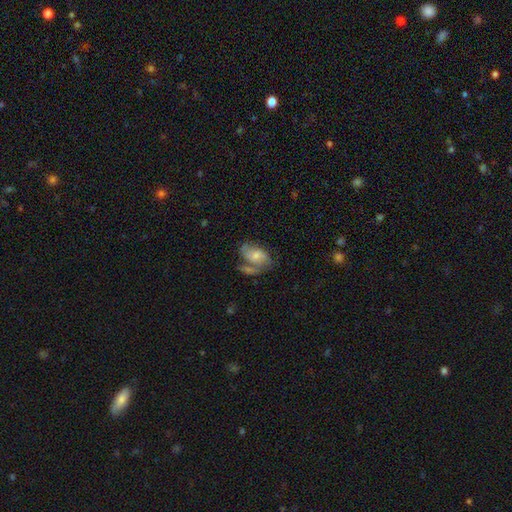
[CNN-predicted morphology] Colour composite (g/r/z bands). It shows a featured or disk galaxy (61%) with no bar (64%), 2 (63%) medium (47%) spiral arms (85%) and a moderate central bulge (44%). Merging: none (37%).